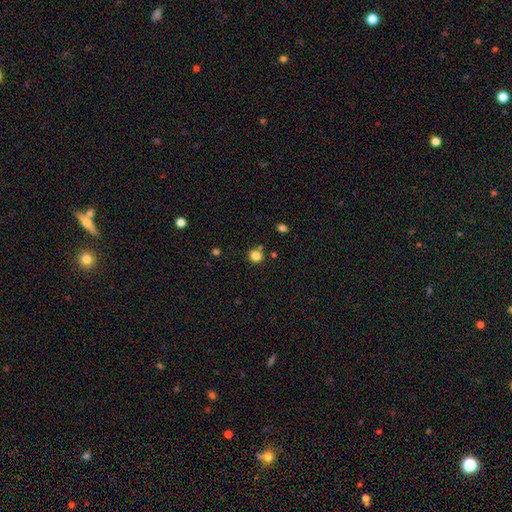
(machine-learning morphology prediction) This appears to be a smooth galaxy with no disk features (82%) that is round (80%). Merging: none (76%).